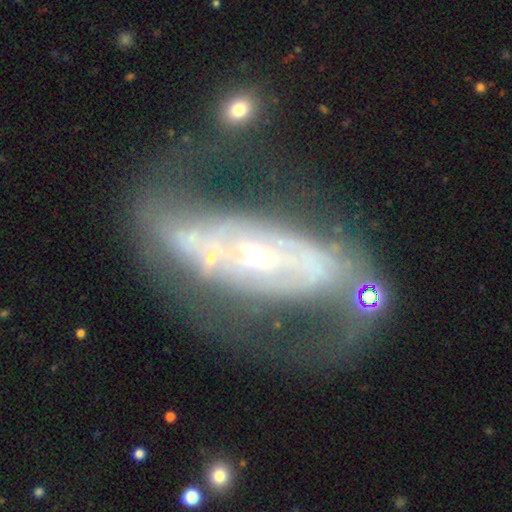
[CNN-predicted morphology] featured or disk 77%, smooth 15%, star or artifact 7%. Down the decision tree: edge-on disk — no (90%); bar — no (62%); spiral arms — yes (57%); bulge size — small (61%); merging — none (36%).